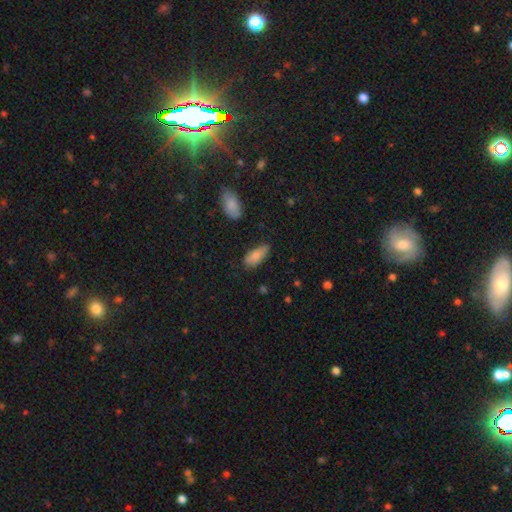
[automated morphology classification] smooth-or-featured: smooth: 83% | featured or disk: 9% | star or artifact: 7%
  how-rounded: in between: 84% | cigar-shaped: 14% | round: 2%
  merging: none: 59% | minor disturbance: 31% | major disturbance: 7% | merger: 3%